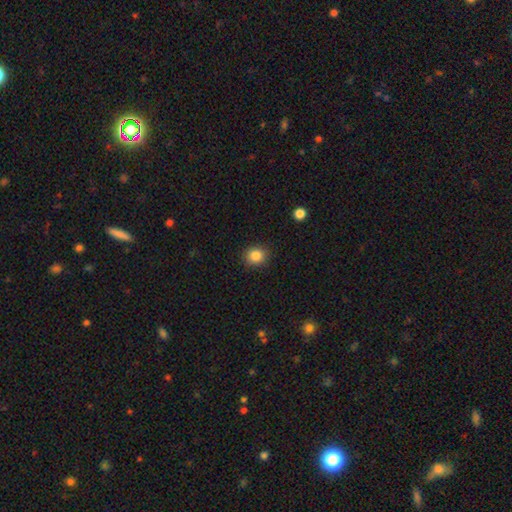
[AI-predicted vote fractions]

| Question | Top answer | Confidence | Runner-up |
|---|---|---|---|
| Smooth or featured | smooth | 85% | star or artifact (10%) |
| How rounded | round | 80% | in between (19%) |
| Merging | none | 90% | minor disturbance (7%) |